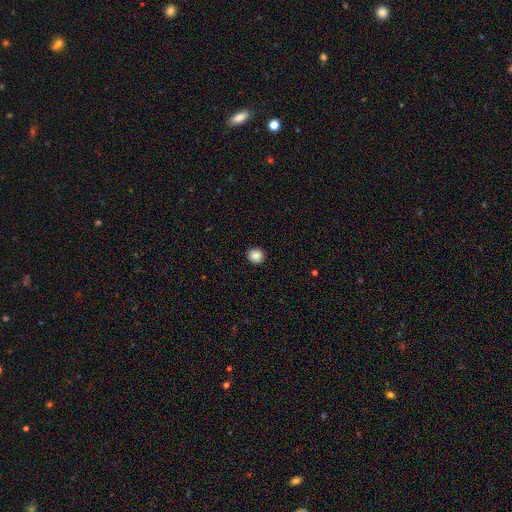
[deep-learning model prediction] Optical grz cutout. It shows a smooth galaxy with no disk features (88%) that is round (93%). Merging: none (92%).